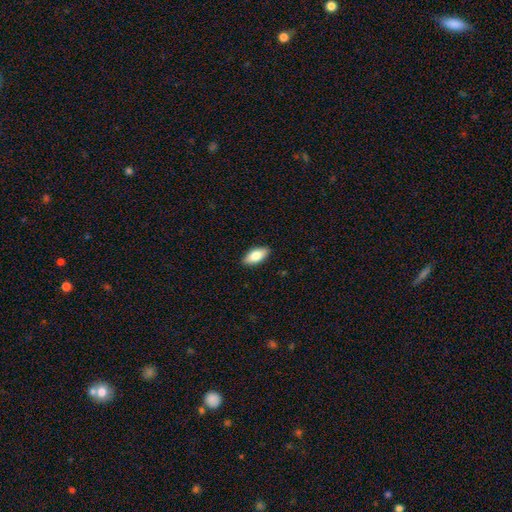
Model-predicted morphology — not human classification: This is likely a smooth galaxy (79%). How rounded: clearly in between (87%). Merging: clearly none (89%).